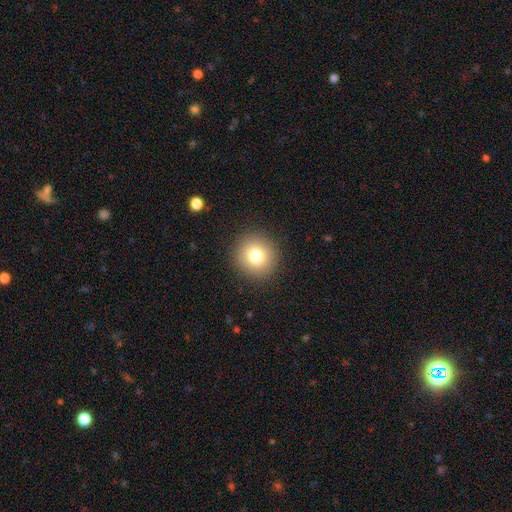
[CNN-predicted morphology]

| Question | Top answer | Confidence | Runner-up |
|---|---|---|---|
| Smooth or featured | smooth | 79% | star or artifact (12%) |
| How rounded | round | 93% | in between (6%) |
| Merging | none | 91% | minor disturbance (5%) |